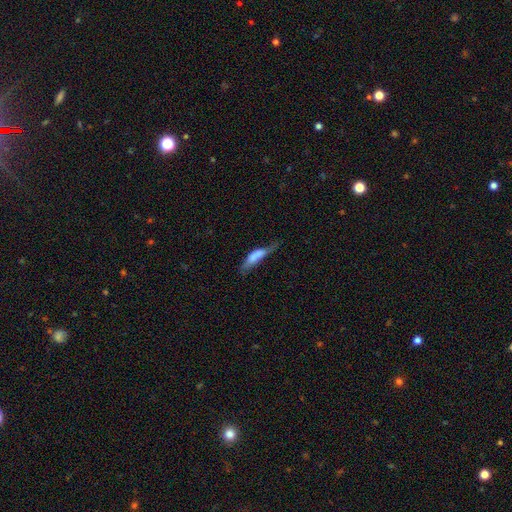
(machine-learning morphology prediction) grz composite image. It shows a smooth galaxy with no disk features (66%) that is cigar-shaped (62%). Merging: minor disturbance (33%).